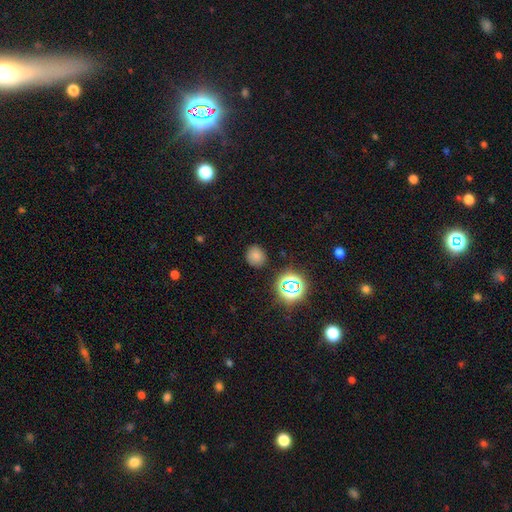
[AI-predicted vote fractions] Q: Smooth or featured?
A: smooth (73%); runner-up: star or artifact (21%)
Q: How rounded?
A: round (80%); runner-up: in between (19%)
Q: Merging?
A: none (85%); runner-up: minor disturbance (10%)